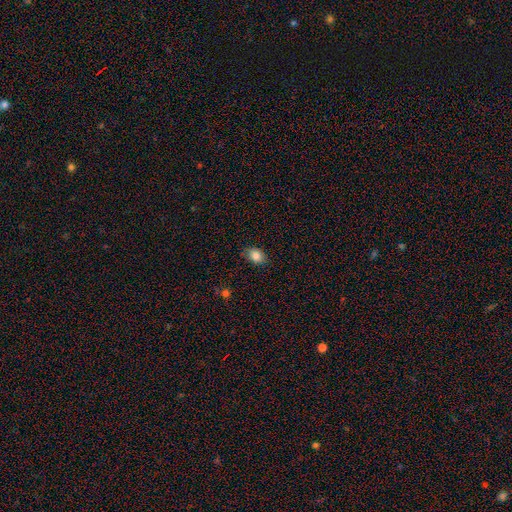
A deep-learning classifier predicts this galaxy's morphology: smooth 84%, star or artifact 9%, featured or disk 7%. Down the decision tree: how rounded — in between (72%); merging — none (81%).